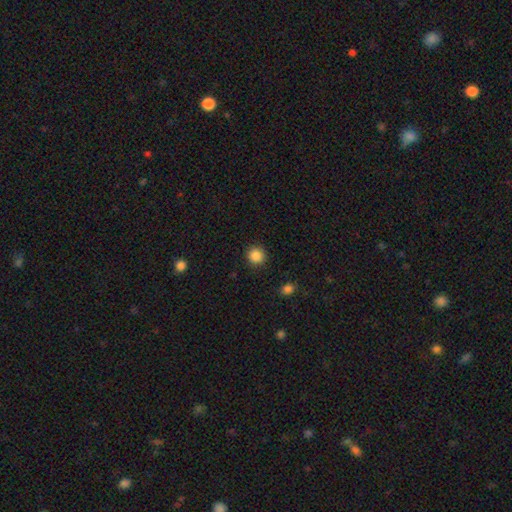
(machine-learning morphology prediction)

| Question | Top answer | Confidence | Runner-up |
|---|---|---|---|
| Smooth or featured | smooth | 86% | star or artifact (10%) |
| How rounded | round | 94% | in between (5%) |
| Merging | none | 92% | minor disturbance (5%) |